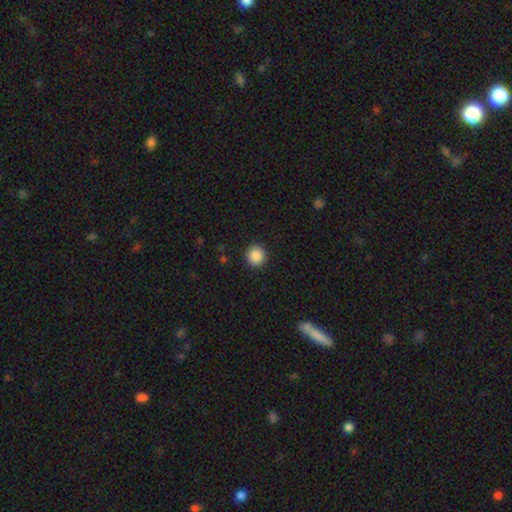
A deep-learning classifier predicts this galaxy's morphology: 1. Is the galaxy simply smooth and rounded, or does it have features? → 88% smooth, 9% star or artifact, 3% featured or disk.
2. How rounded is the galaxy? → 94% round, 5% in between, 1% cigar-shaped.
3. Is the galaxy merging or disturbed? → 92% none, 5% minor disturbance, 2% major disturbance, 1% merger.